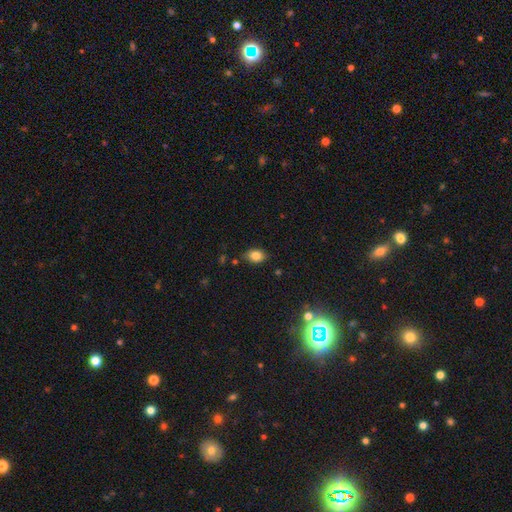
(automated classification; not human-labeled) Smooth or featured? Predicted: smooth (p=0.82). How rounded? Predicted: in between (p=0.76). Merging? Predicted: none (p=0.80).